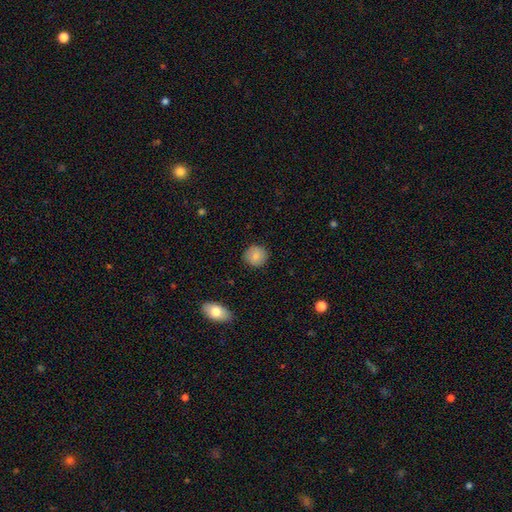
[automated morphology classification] smooth_or_featured: smooth (p=0.83) [alt: featured or disk p=0.09]
how_rounded: round (p=0.91) [alt: in between p=0.08]
merging: none (p=0.90) [alt: minor disturbance p=0.07]